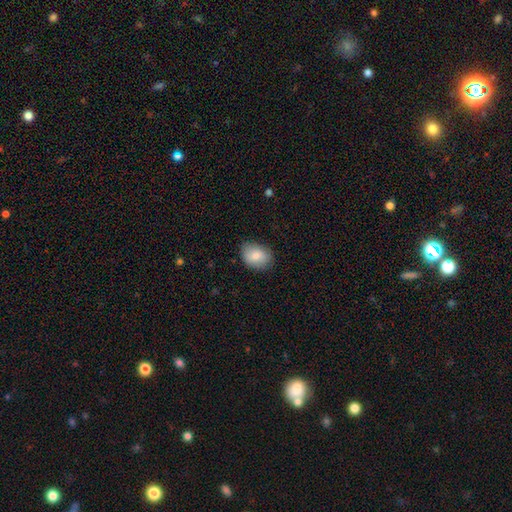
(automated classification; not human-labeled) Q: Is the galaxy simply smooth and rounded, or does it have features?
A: smooth — 82%.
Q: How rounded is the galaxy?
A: in between — 75%.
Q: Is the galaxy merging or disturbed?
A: none — 77%.